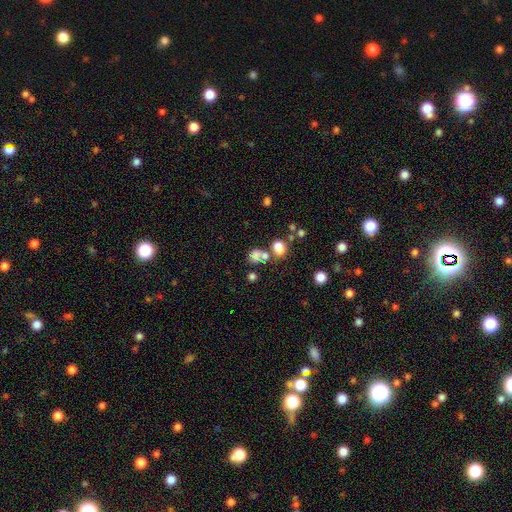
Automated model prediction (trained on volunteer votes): smooth 65%, star or artifact 19%, featured or disk 15%. Down the decision tree: how rounded — round (56%); merging — merger (42%).